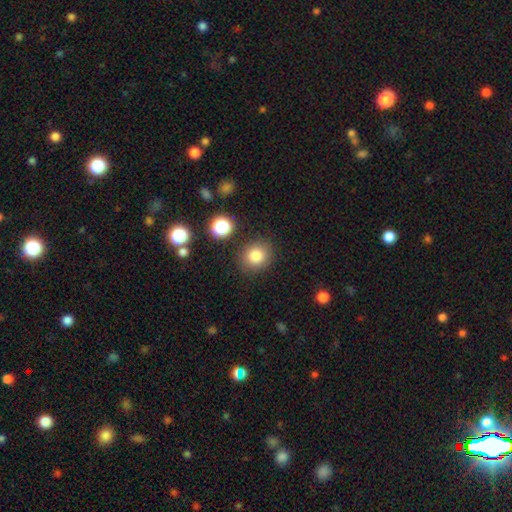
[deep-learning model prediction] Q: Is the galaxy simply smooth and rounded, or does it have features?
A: smooth — 81%.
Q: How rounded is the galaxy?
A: round — 79%.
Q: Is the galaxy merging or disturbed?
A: none — 85%.